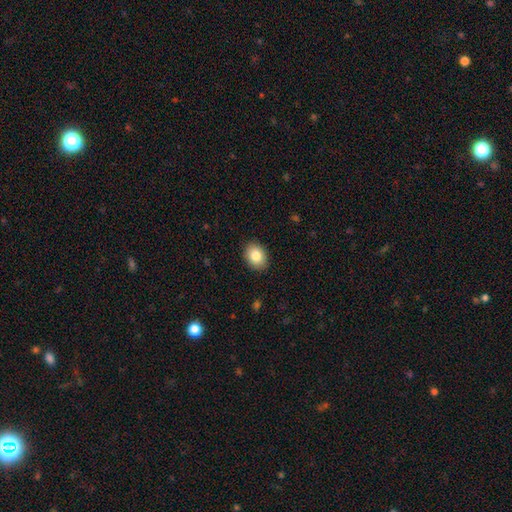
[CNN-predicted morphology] The model was most divided on "how rounded": in between: 62%, round: 37%, cigar-shaped: 1%. More confident: merging — none (90%); smooth or featured — smooth (85%).